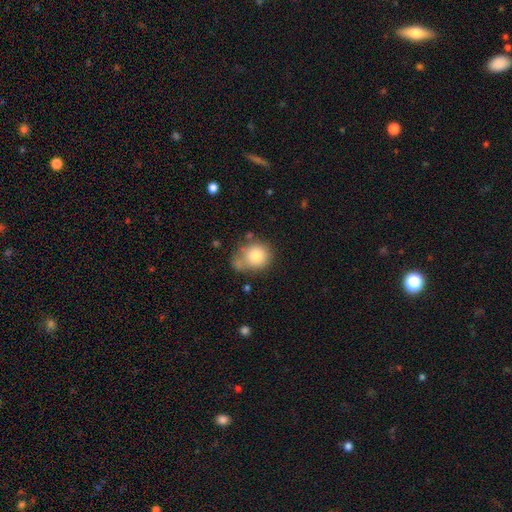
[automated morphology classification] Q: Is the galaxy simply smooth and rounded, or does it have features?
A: smooth — 80%.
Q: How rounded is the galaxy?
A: round — 74%.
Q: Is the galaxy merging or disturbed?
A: none — 52%.